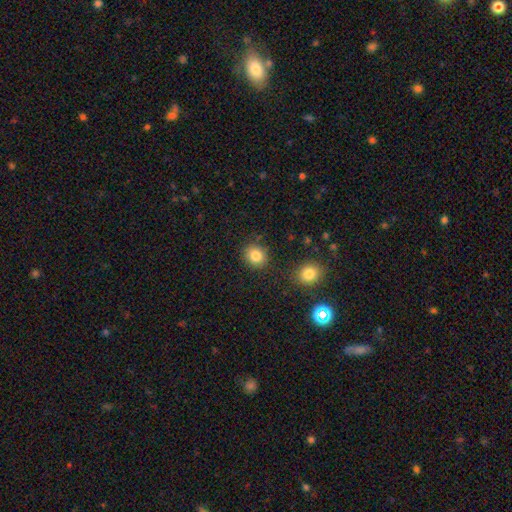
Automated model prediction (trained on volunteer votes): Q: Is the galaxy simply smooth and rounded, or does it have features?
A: smooth — 84%.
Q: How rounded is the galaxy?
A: round — 72%.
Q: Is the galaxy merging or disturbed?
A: none — 84%.